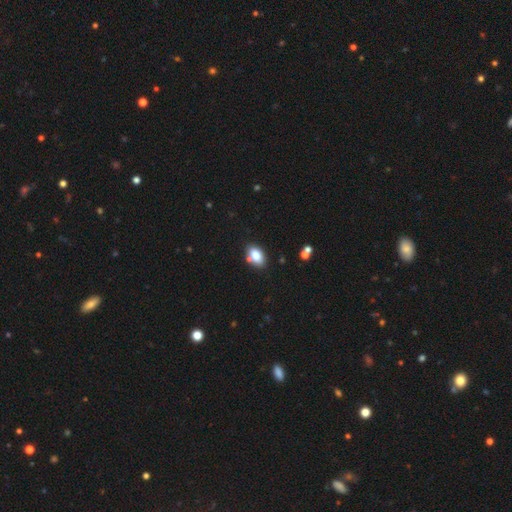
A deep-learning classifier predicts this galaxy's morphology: A smooth galaxy with no disk features (80%) that is in between round and cigar-shaped (87%). Merging: none (76%).